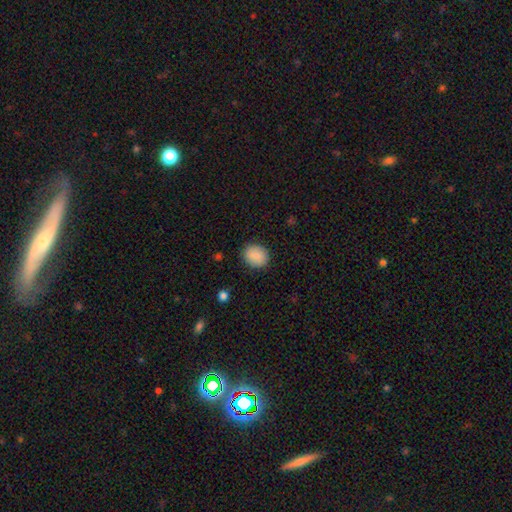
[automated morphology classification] This is clearly a smooth galaxy (88%). How rounded: likely round (69%). Merging: clearly none (88%).